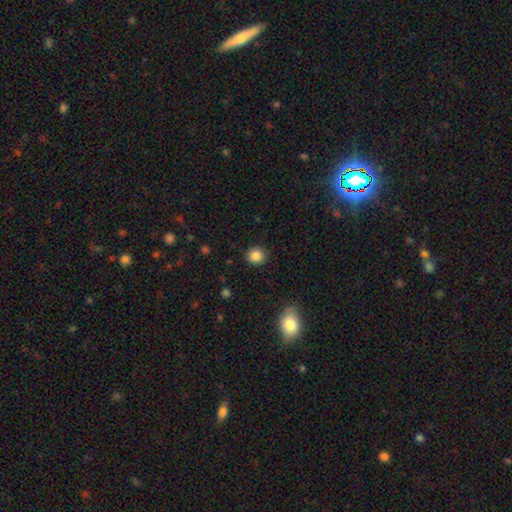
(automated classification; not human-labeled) smooth 86%, star or artifact 10%, featured or disk 4%. Down the decision tree: how rounded — round (89%); merging — none (90%).